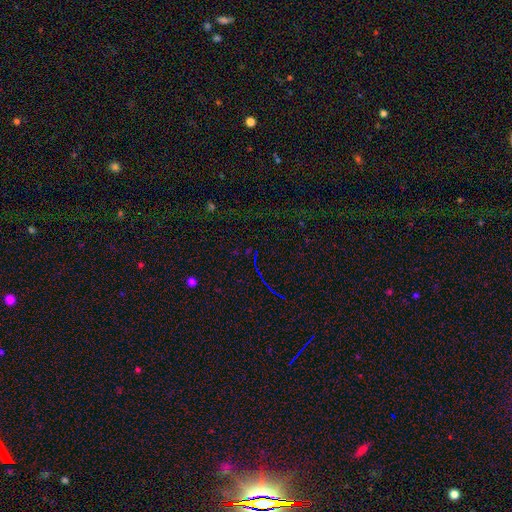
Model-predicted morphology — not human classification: Smooth or featured? star or artifact (74%)